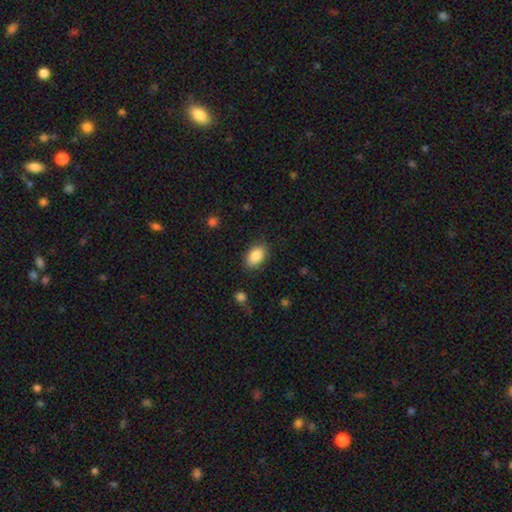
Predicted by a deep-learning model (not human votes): smooth-or-featured: smooth: 87% | star or artifact: 7% | featured or disk: 6%
  how-rounded: in between: 89% | round: 10% | cigar-shaped: 1%
  merging: none: 85% | minor disturbance: 11% | major disturbance: 3% | merger: 1%